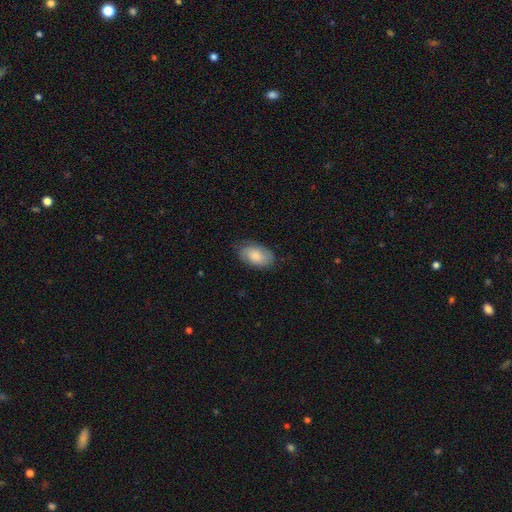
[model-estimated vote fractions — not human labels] Smooth or featured? Predicted: smooth (p=0.73). How rounded? Predicted: in between (p=0.93). Merging? Predicted: none (p=0.77).